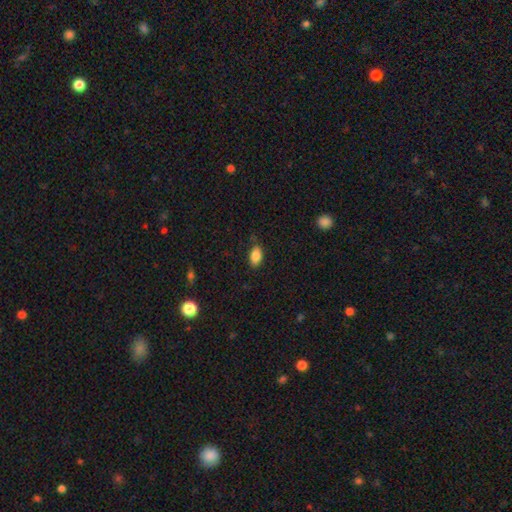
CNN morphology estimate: Q: Smooth or featured?
A: smooth (84%); runner-up: star or artifact (8%)
Q: How rounded?
A: in between (91%); runner-up: round (6%)
Q: Merging?
A: none (80%); runner-up: minor disturbance (15%)